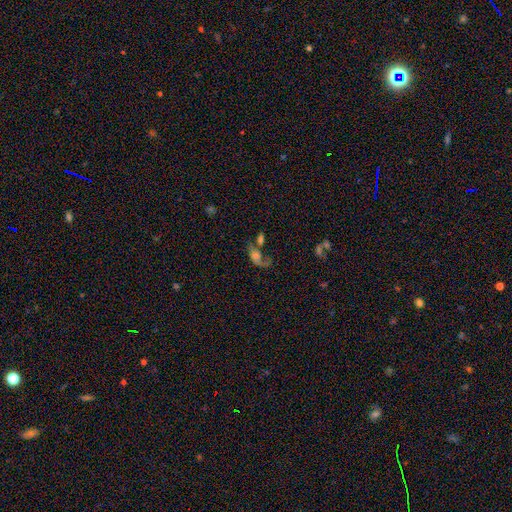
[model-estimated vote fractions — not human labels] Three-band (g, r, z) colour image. It shows a featured or disk galaxy (51%). Merging: merger (33%).